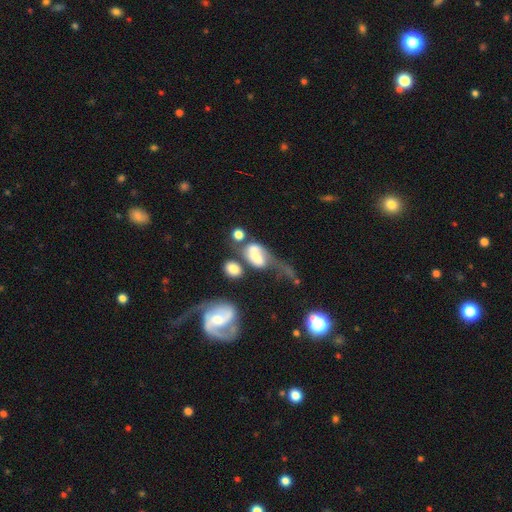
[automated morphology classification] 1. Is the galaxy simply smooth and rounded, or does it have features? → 46% featured or disk, 43% smooth, 10% star or artifact.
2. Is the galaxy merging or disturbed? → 39% merger, 36% major disturbance, 13% none, 11% minor disturbance.